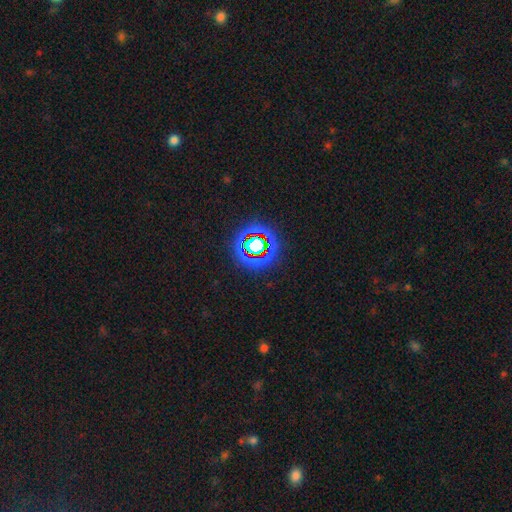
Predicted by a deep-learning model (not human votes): Q: Smooth or featured?
A: star or artifact (74%); runner-up: smooth (17%)